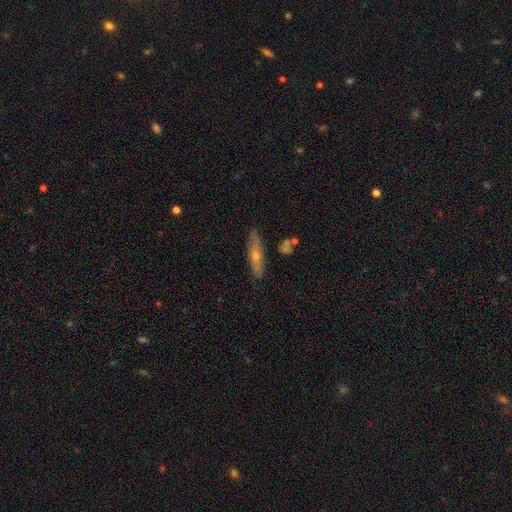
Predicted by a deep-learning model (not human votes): smooth_or_featured: featured or disk (p=0.58) [alt: smooth p=0.34]
disk_edge_on: yes (p=0.71) [alt: no p=0.29]
merging: none (p=0.82) [alt: minor disturbance p=0.12]